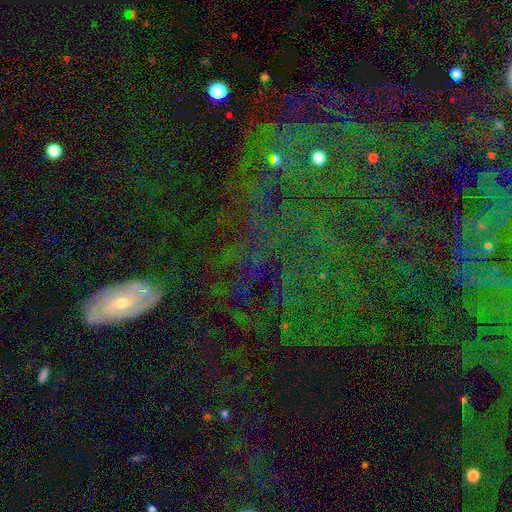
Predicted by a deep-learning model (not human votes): A star or artifact, not a galaxy (53%).

Vote fractions:
- Smooth or featured? star or artifact: 53% / featured or disk: 27% / smooth: 20%